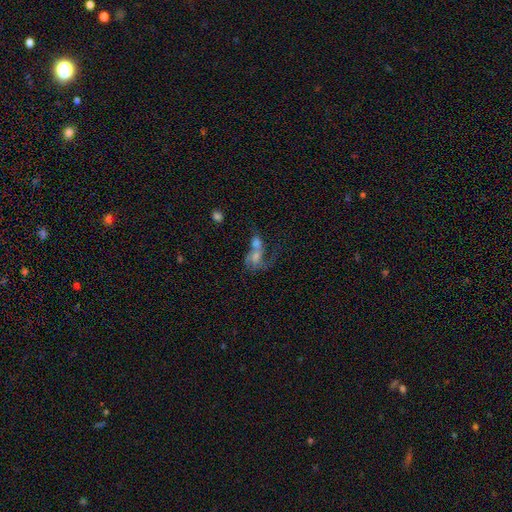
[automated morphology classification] smooth_or_featured: featured or disk (p=0.50) [alt: smooth p=0.36]
merging: merger (p=0.67) [alt: none p=0.14]